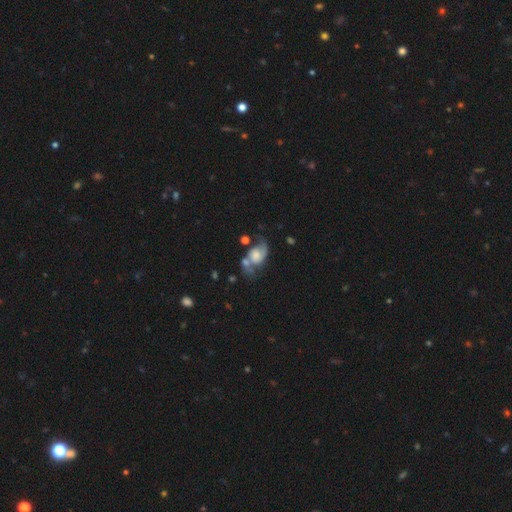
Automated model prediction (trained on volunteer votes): featured or disk 74%, smooth 18%, star or artifact 8%. Down the decision tree: edge-on disk — no (97%); bar — no (67%); spiral arms — yes (91%); spiral arm count — 2 (82%); spiral winding — loose (51%); bulge size — moderate (29%); merging — none (42%).